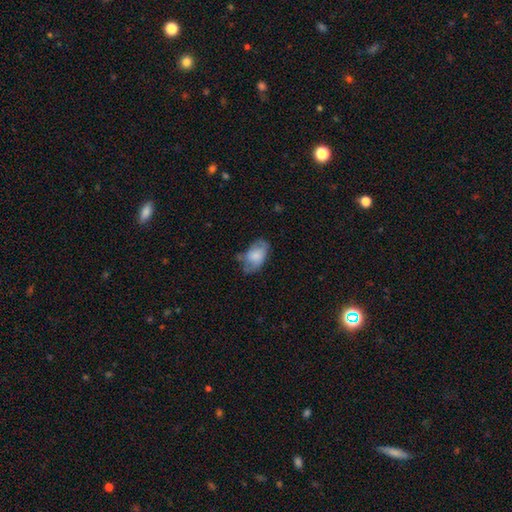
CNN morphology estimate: Smooth or featured: smooth — 68% (featured or disk — 24%)
How rounded: in between — 90% (round — 9%)
Merging: none — 43% (minor disturbance — 36%)